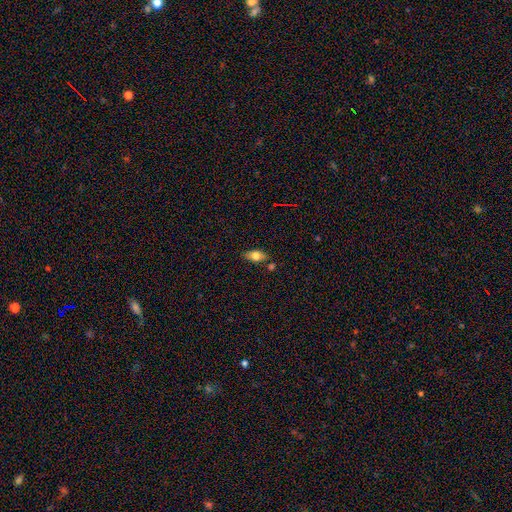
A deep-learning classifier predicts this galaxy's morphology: The model was most divided on "smooth or featured": smooth: 72%, featured or disk: 20%, star or artifact: 8%. More confident: how rounded — in between (86%); merging — none (74%).